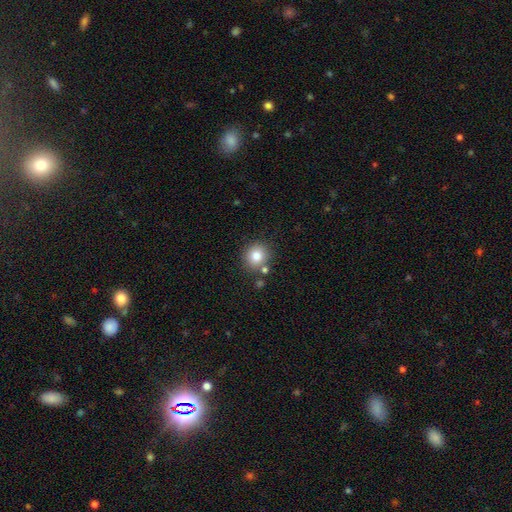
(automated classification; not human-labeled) Smooth or featured?
  - smooth: 80% *
  - star or artifact: 11%
  - featured or disk: 9%
How rounded?
  - round: 87% *
  - in between: 12%
  - cigar-shaped: 1%
Merging?
  - none: 78% *
  - merger: 10%
  - minor disturbance: 10%
  - major disturbance: 3%